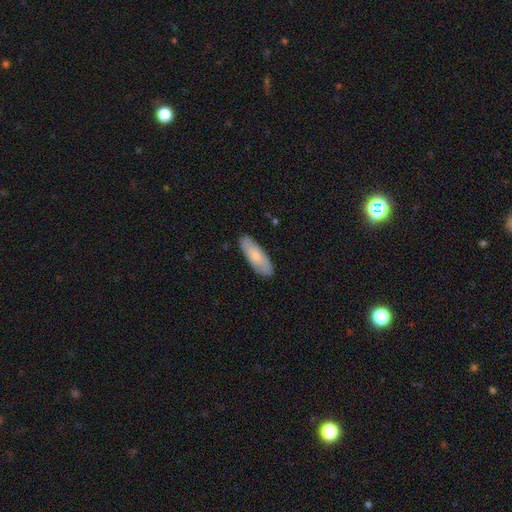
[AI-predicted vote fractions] Smooth or featured? Predicted: smooth (p=0.71). How rounded? Predicted: in between (p=0.64). Merging? Predicted: none (p=0.86).